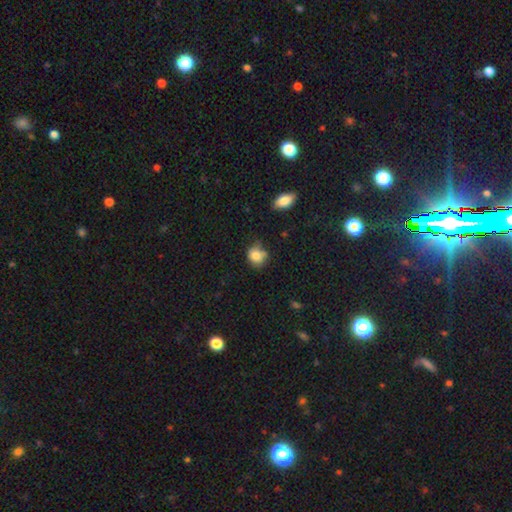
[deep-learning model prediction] Morphology: type=smooth (81%); roundness=round (68%); merging=none (58%).